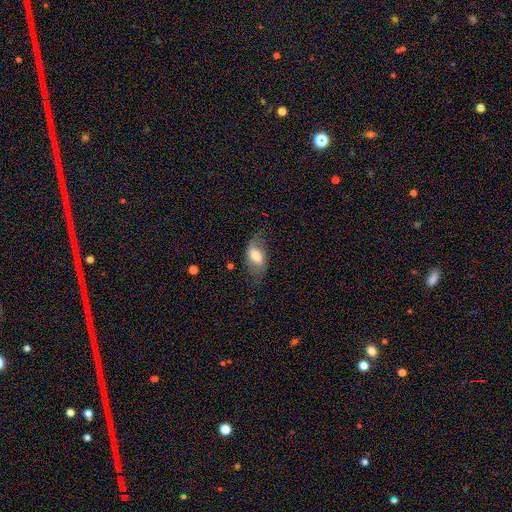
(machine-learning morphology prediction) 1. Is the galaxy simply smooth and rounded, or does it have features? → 49% smooth, 43% featured or disk, 8% star or artifact.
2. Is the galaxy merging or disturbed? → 54% none, 26% minor disturbance, 18% major disturbance, 2% merger.